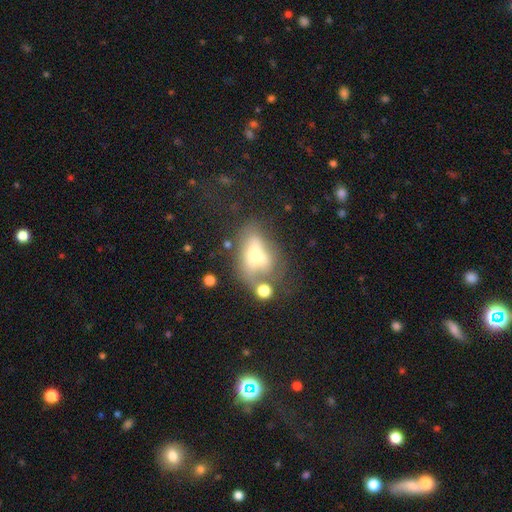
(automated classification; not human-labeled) Smooth or featured: smooth — 50% (featured or disk — 38%)
Merging: merger — 31% (major disturbance — 26%)